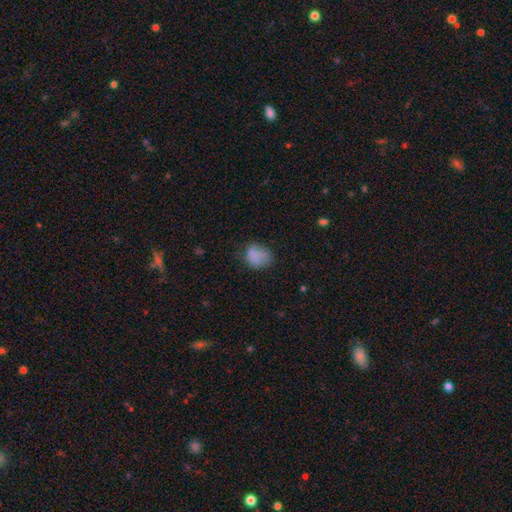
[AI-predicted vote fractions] A smooth galaxy with no disk features (78%) that is in between round and cigar-shaped (50%). Merging: none (53%).